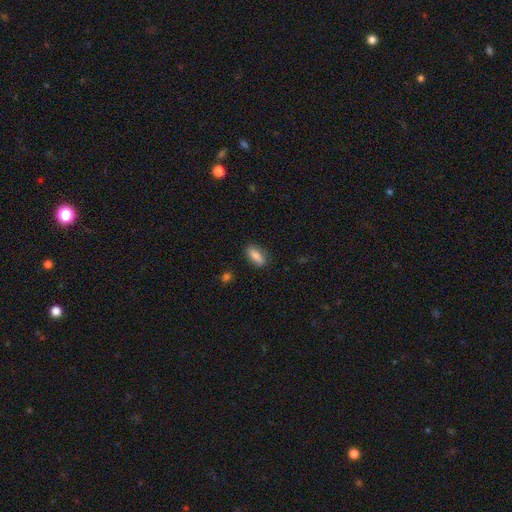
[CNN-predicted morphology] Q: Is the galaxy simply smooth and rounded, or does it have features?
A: smooth — 82%.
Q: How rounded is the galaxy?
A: in between — 78%.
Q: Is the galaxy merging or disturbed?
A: none — 79%.